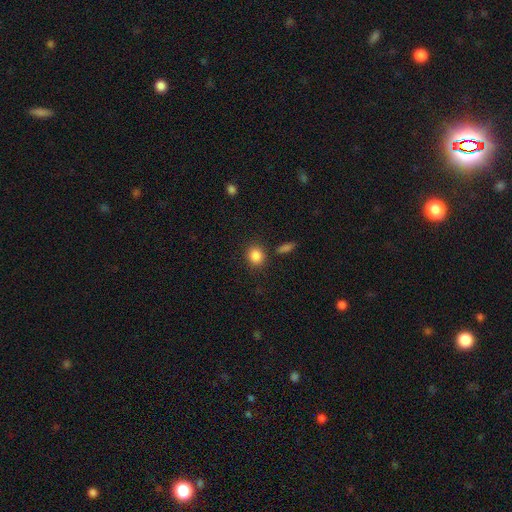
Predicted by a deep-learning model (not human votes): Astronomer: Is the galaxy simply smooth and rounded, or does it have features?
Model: smooth — 87%.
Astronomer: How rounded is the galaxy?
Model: round — 75%.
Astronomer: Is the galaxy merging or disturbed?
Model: none — 83%.